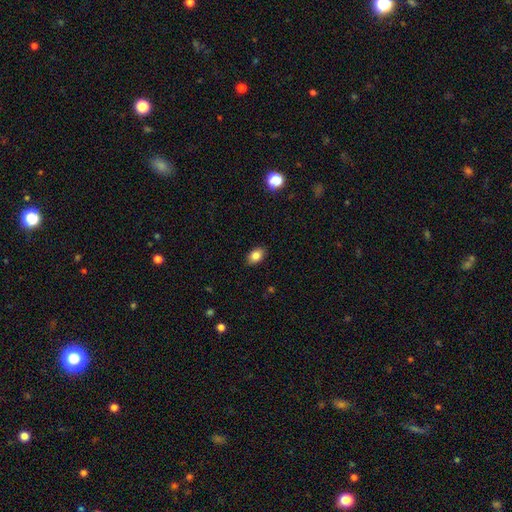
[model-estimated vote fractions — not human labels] Smooth or featured? smooth (83%)
How rounded? in between (82%)
Merging? none (88%)